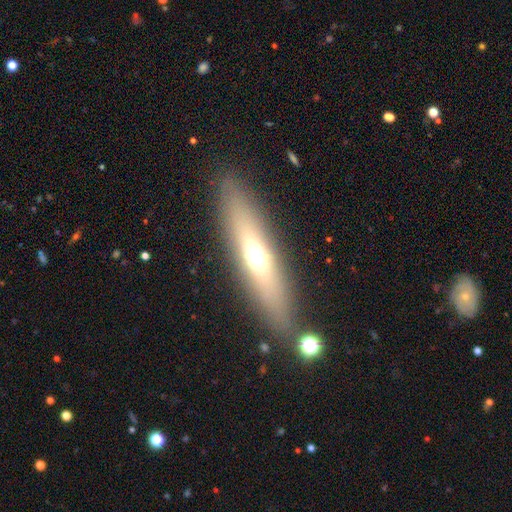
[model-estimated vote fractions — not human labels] This appears to be a smooth galaxy with no disk features (48%). Merging: none (85%).